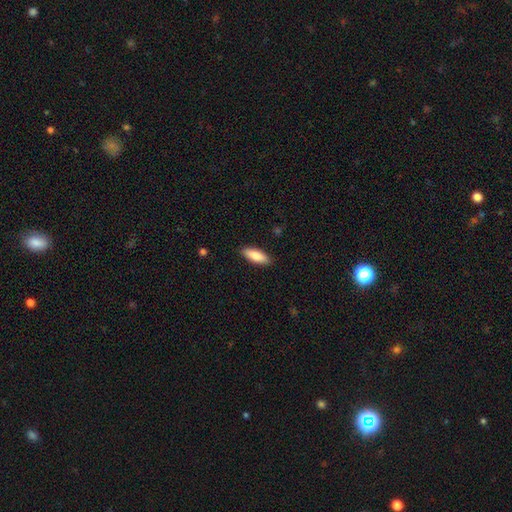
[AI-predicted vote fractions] Smooth or featured? smooth (85%)
How rounded? in between (66%)
Merging? none (89%)